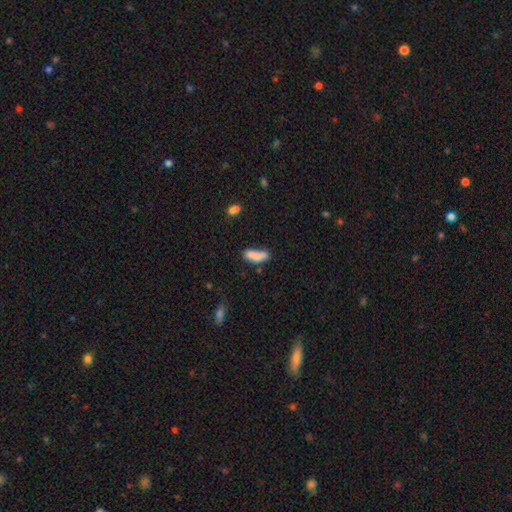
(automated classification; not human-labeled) This is likely a smooth galaxy (77%). How rounded: possibly in between (59%). Merging: marginally none (42%).